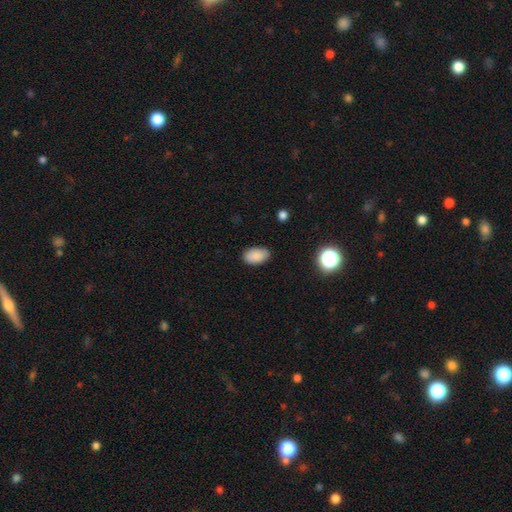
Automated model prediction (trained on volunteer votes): Smooth or featured? Predicted: smooth (p=0.88). How rounded? Predicted: in between (p=0.93). Merging? Predicted: none (p=0.86).